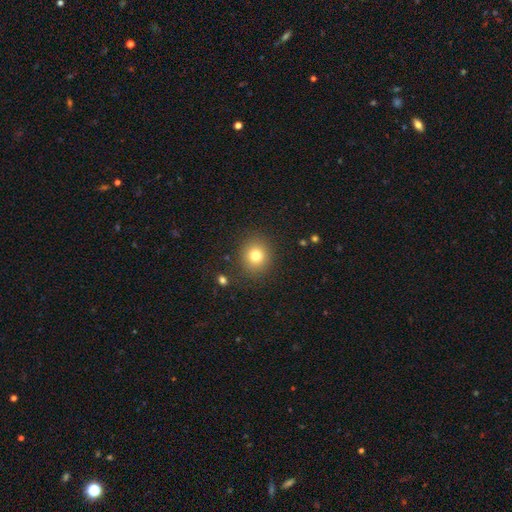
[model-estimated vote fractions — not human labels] Morphology: type=smooth (78%); roundness=round (85%); merging=none (88%).